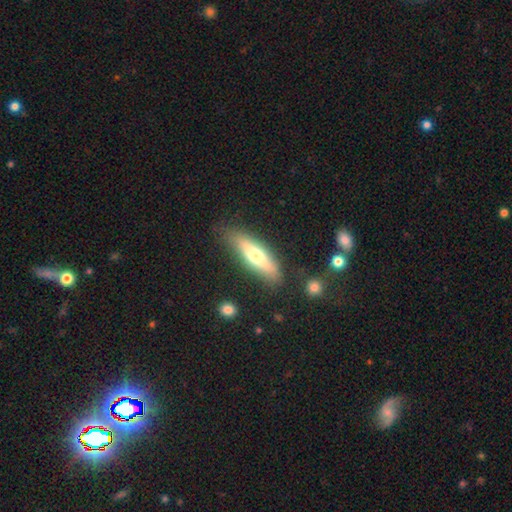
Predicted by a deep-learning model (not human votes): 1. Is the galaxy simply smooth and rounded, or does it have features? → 57% smooth, 37% featured or disk, 6% star or artifact.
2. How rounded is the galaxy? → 65% cigar-shaped, 33% in between, 2% round.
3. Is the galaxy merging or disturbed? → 81% none, 13% minor disturbance, 4% major disturbance, 2% merger.